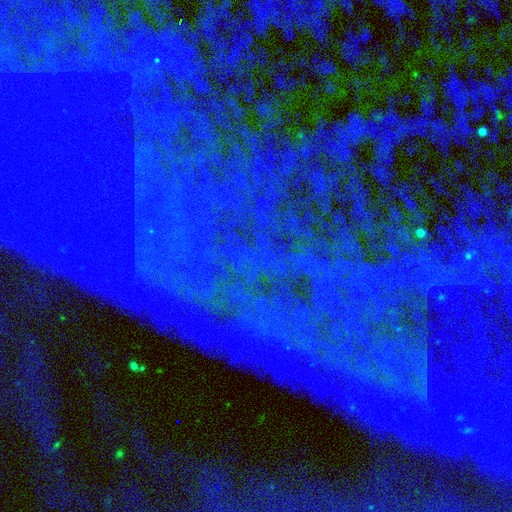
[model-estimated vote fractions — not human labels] Q: Smooth or featured?
A: star or artifact (84%); runner-up: featured or disk (9%)